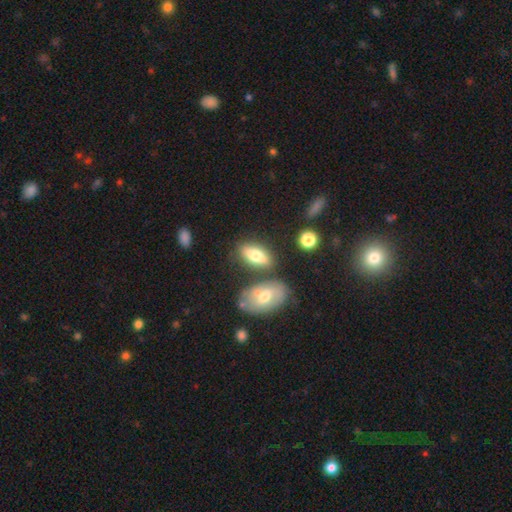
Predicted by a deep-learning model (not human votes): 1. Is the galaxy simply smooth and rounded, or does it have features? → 66% smooth, 26% featured or disk, 7% star or artifact.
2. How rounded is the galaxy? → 79% in between, 17% cigar-shaped, 4% round.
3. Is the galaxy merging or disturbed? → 71% none, 13% minor disturbance, 12% merger, 4% major disturbance.